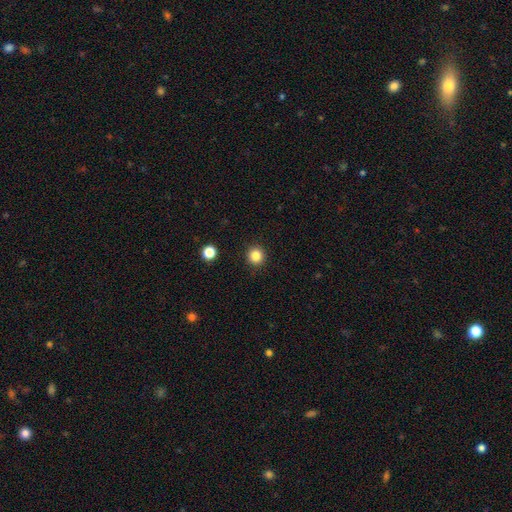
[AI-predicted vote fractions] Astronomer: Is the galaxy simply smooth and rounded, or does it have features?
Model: smooth — 84%.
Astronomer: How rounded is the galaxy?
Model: round — 94%.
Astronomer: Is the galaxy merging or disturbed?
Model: none — 92%.